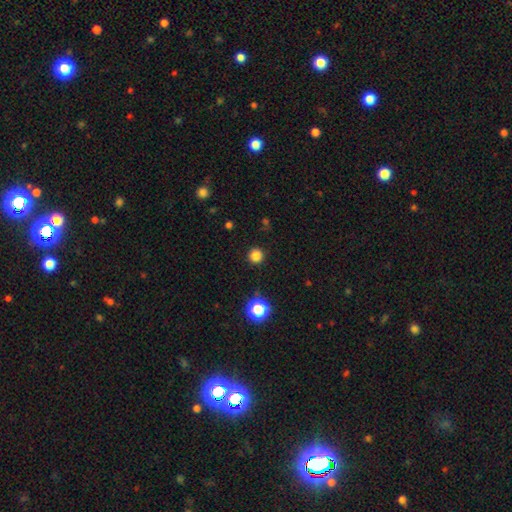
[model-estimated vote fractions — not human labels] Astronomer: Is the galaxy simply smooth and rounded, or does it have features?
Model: smooth — 82%.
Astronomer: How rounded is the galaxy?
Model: round — 96%.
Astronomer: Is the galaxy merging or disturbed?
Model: none — 92%.